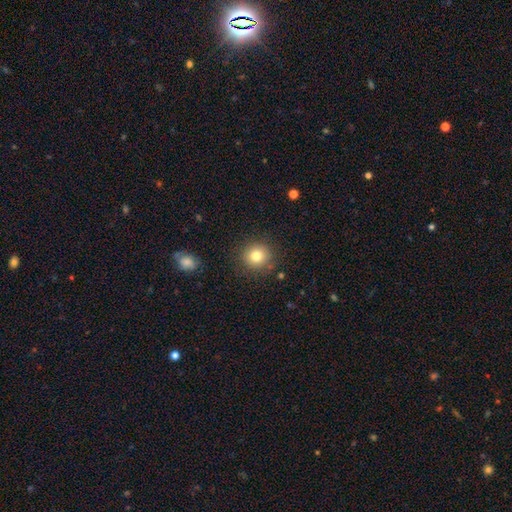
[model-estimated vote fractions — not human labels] Smooth or featured? smooth (80%)
How rounded? round (91%)
Merging? none (87%)